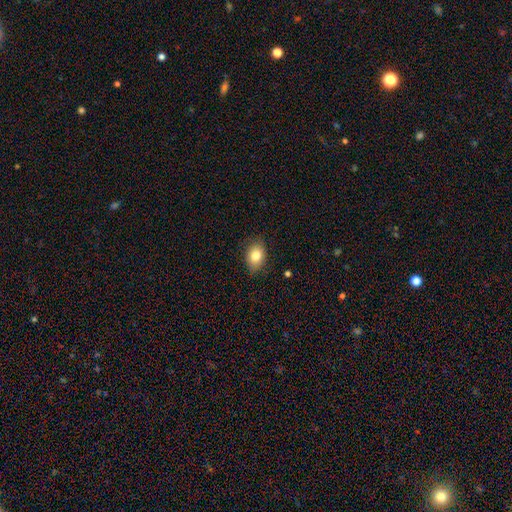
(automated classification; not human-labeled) A smooth galaxy with no disk features (82%) that is in between round and cigar-shaped (74%).

Vote fractions:
- Smooth or featured? smooth: 82% / featured or disk: 9% / star or artifact: 9%
- How rounded? in between: 74% / round: 25% / cigar-shaped: 1%
- Merging? none: 84% / minor disturbance: 13% / major disturbance: 3% / merger: 1%